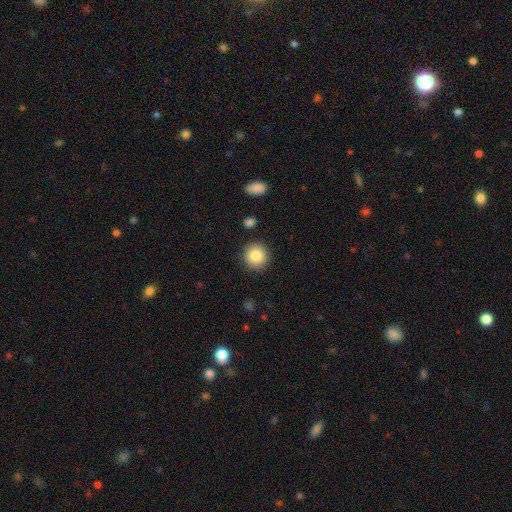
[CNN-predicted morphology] This appears to be a smooth galaxy with no disk features (87%) that is round (93%). Merging: none (89%).